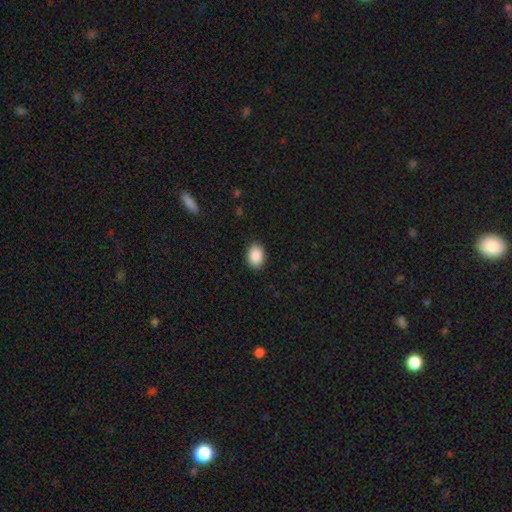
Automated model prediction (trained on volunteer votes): Q: Smooth or featured?
A: smooth (90%); runner-up: star or artifact (7%)
Q: How rounded?
A: in between (80%); runner-up: round (19%)
Q: Merging?
A: none (89%); runner-up: minor disturbance (8%)